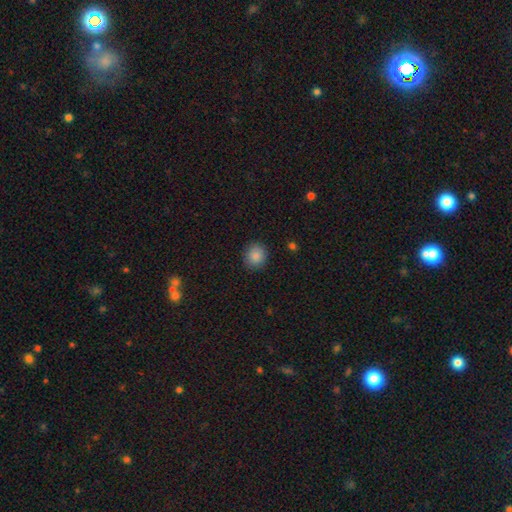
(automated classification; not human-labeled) Overall: smooth (87%). How rounded: round (85%). Merging: none (89%).